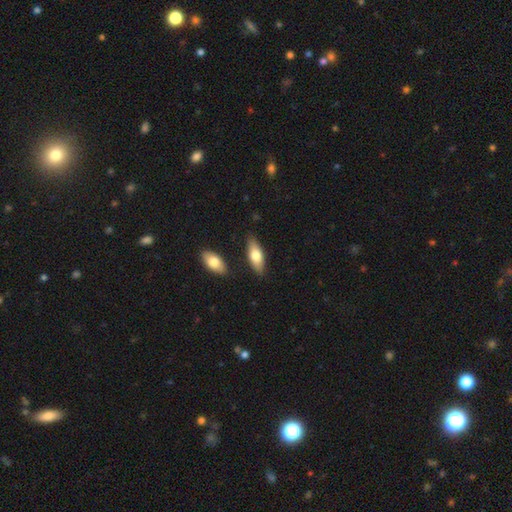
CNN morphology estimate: A smooth galaxy with no disk features (73%) that is in between round and cigar-shaped (74%).

Vote fractions:
- Smooth or featured? smooth: 73% / featured or disk: 22% / star or artifact: 5%
- How rounded? in between: 74% / cigar-shaped: 23% / round: 2%
- Merging? none: 83% / minor disturbance: 11% / merger: 4% / major disturbance: 2%